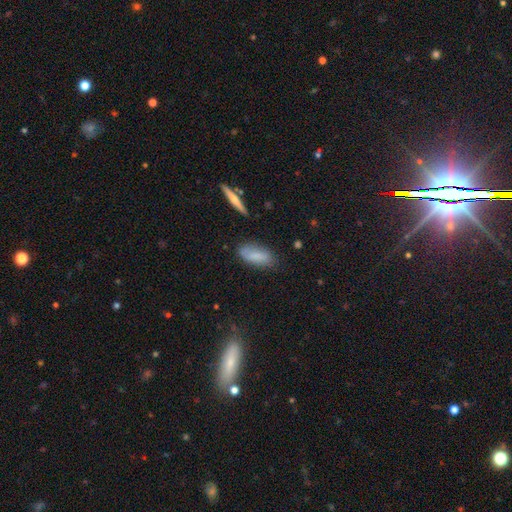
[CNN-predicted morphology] smooth-or-featured: smooth: 79% | featured or disk: 13% | star or artifact: 8%
  how-rounded: in between: 79% | cigar-shaped: 18% | round: 3%
  merging: none: 72% | minor disturbance: 21% | major disturbance: 5% | merger: 3%